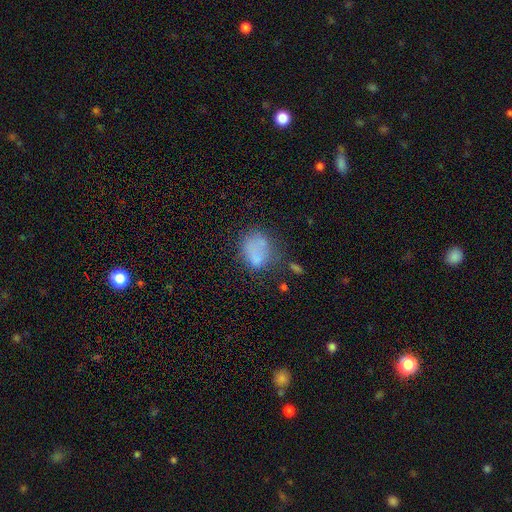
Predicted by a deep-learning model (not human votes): smooth-or-featured: smooth: 66% | featured or disk: 21% | star or artifact: 13%
  how-rounded: in between: 51% | round: 47% | cigar-shaped: 2%
  merging: none: 44% | minor disturbance: 24% | major disturbance: 19% | merger: 13%